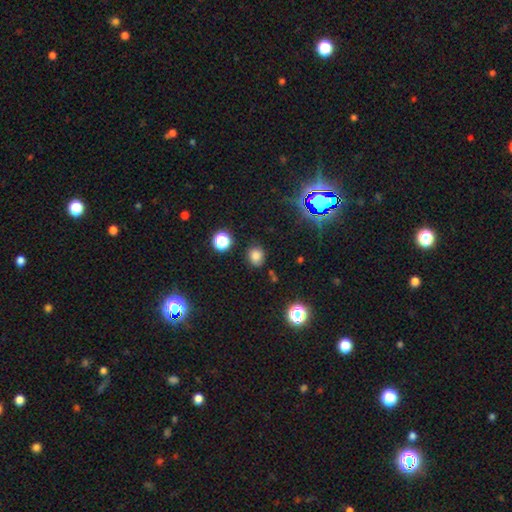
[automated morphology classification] Q: Smooth or featured?
A: smooth (75%); runner-up: star or artifact (19%)
Q: How rounded?
A: round (73%); runner-up: in between (25%)
Q: Merging?
A: none (80%); runner-up: minor disturbance (13%)